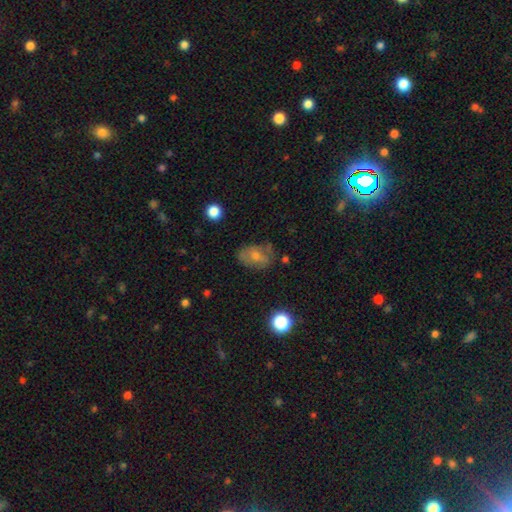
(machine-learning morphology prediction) Smooth or featured? Predicted: smooth (p=0.54). How rounded? Predicted: in between (p=0.77). Merging? Predicted: none (p=0.67).